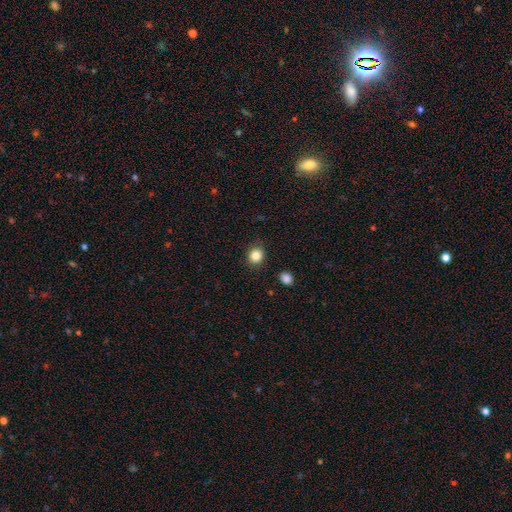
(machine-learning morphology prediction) A smooth galaxy with no disk features (84%) that is round (78%).

Vote fractions:
- Smooth or featured? smooth: 84% / star or artifact: 11% / featured or disk: 5%
- How rounded? round: 78% / in between: 21% / cigar-shaped: 1%
- Merging? none: 86% / minor disturbance: 10% / major disturbance: 2% / merger: 2%